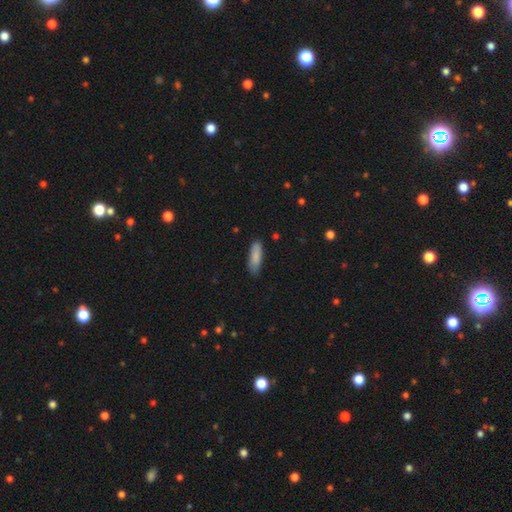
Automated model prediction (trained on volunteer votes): smooth 87%, featured or disk 7%, star or artifact 6%. Down the decision tree: how rounded — cigar-shaped (51%); merging — none (80%).